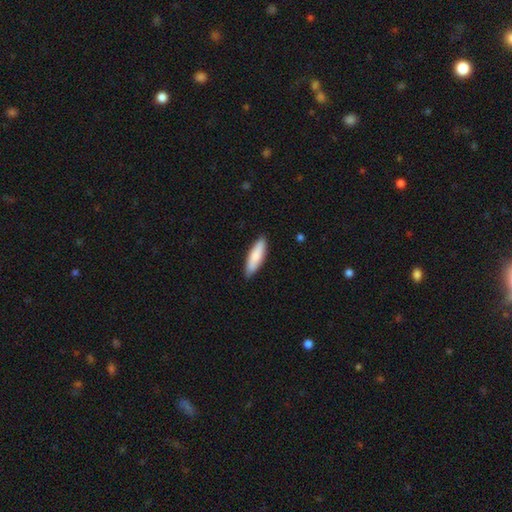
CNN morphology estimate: This is clearly a smooth galaxy (83%). How rounded: likely cigar-shaped (61%). Merging: clearly none (88%).